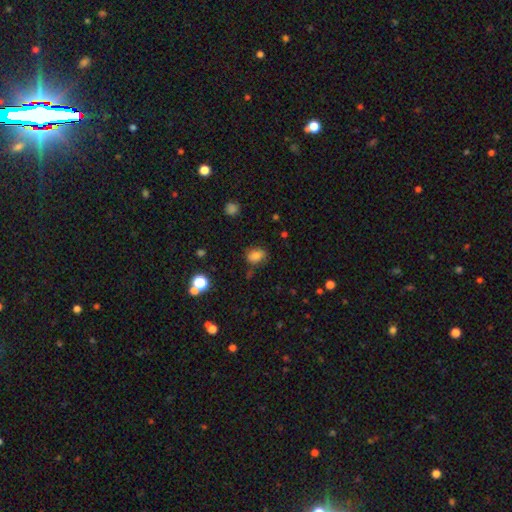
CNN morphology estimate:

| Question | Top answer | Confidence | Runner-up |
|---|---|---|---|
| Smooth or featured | smooth | 77% | star or artifact (13%) |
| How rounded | in between | 69% | round (29%) |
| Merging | none | 70% | minor disturbance (20%) |